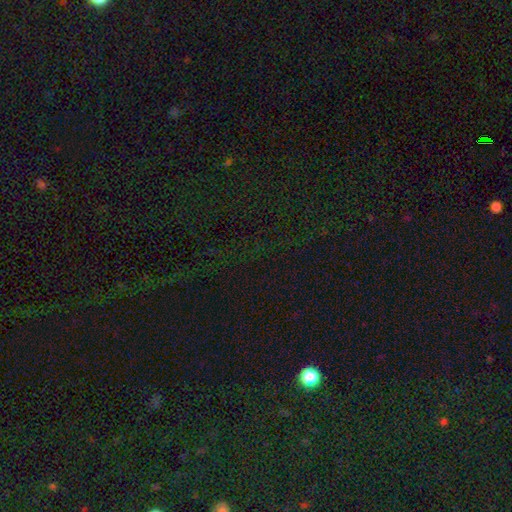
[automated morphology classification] Q: Smooth or featured?
A: star or artifact (78%); runner-up: smooth (14%)